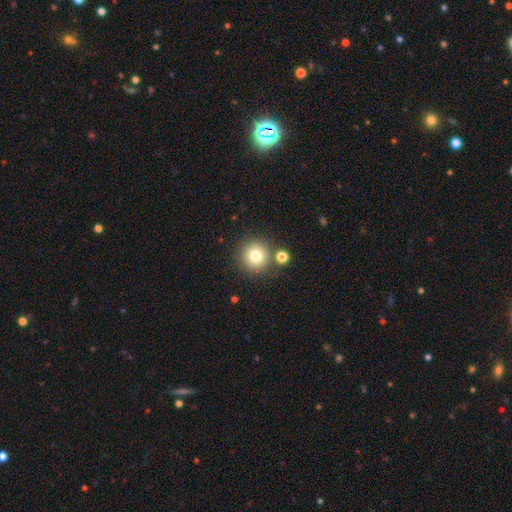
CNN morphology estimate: This is likely a smooth galaxy (78%). How rounded: clearly round (95%). Merging: clearly none (81%).